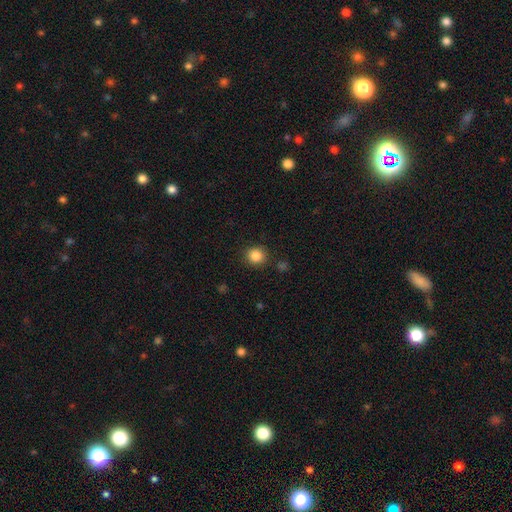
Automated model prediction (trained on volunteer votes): The model was most divided on "smooth or featured": smooth: 85%, star or artifact: 11%, featured or disk: 4%. More confident: how rounded — round (89%); merging — none (88%).